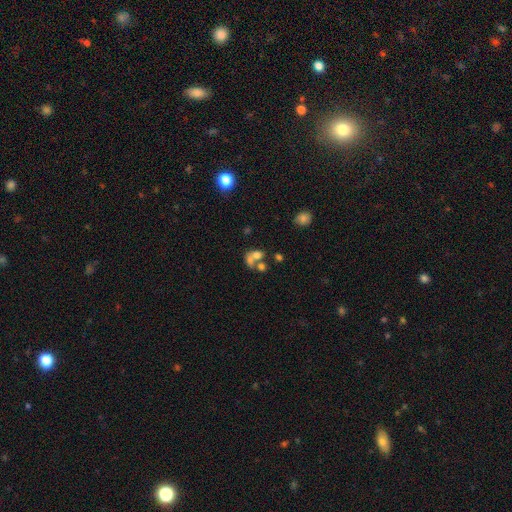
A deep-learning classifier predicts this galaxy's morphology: Smooth or featured?
  - smooth: 60% *
  - featured or disk: 25%
  - star or artifact: 15%
How rounded?
  - in between: 58% *
  - round: 40%
  - cigar-shaped: 2%
Merging?
  - merger: 61% *
  - none: 23%
  - major disturbance: 10%
  - minor disturbance: 7%